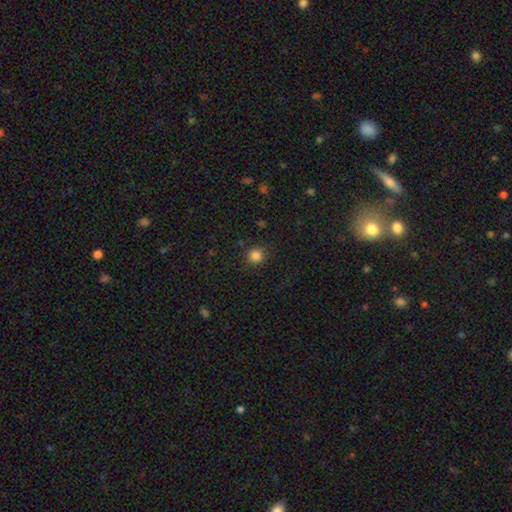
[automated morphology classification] smooth-or-featured: smooth: 84% | star or artifact: 12% | featured or disk: 4%
  how-rounded: round: 92% | in between: 7% | cigar-shaped: 1%
  merging: none: 88% | minor disturbance: 8% | major disturbance: 3% | merger: 1%